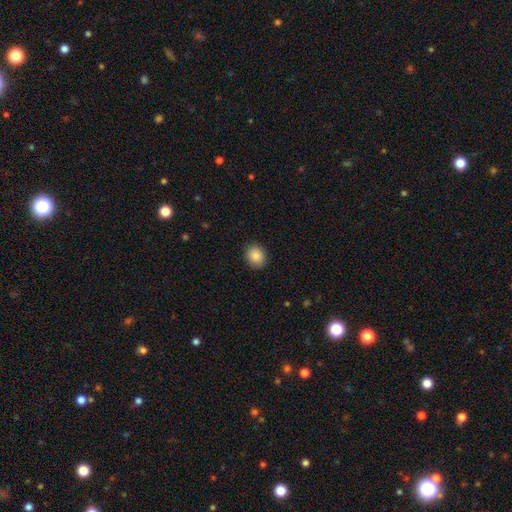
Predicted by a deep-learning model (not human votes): This is clearly a smooth galaxy (88%). How rounded: likely round (73%). Merging: clearly none (90%).